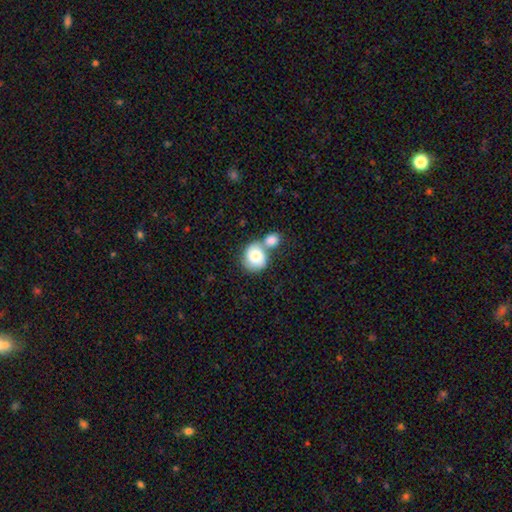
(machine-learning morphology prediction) Smooth or featured: smooth — 76% (featured or disk — 18%)
How rounded: round — 76% (in between — 23%)
Merging: merger — 53% (none — 32%)